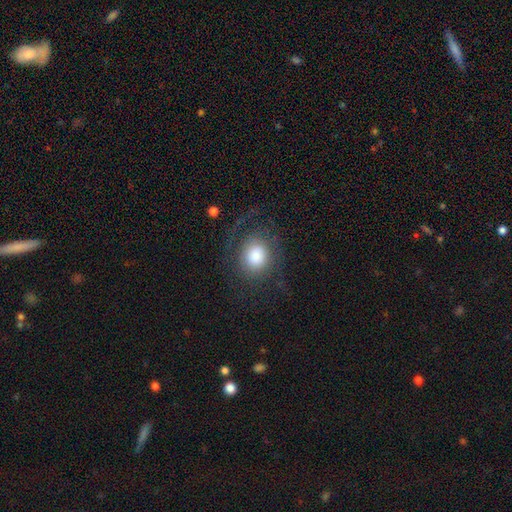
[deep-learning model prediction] Overall: smooth (59%; featured or disk 32%). How rounded: round (66%; in between 33%). Merging: none (68%).